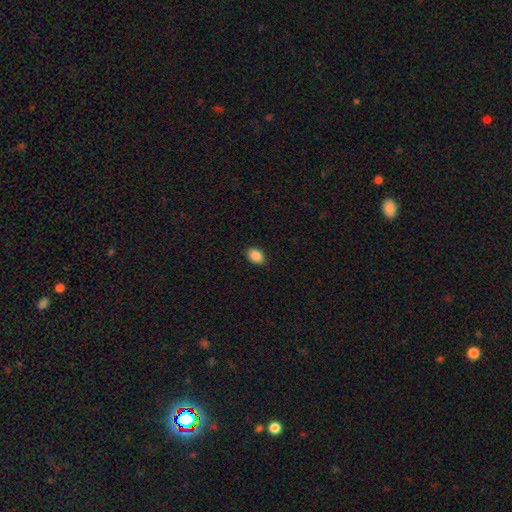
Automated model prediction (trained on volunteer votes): smooth 88%, star or artifact 8%, featured or disk 3%. Down the decision tree: how rounded — in between (74%); merging — none (88%).